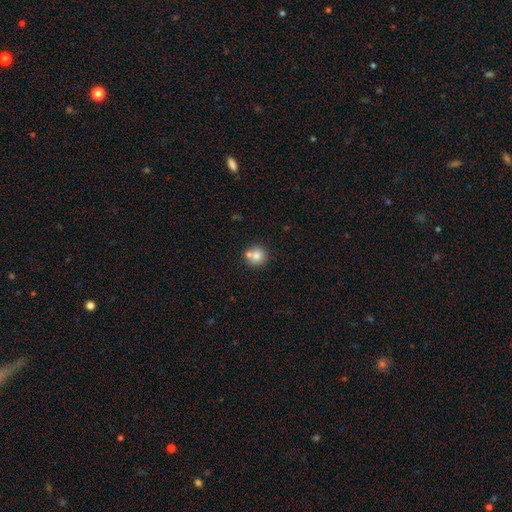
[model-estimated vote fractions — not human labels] Overall: smooth (77%). How rounded: round (89%). Merging: none (55%; merger 32%).